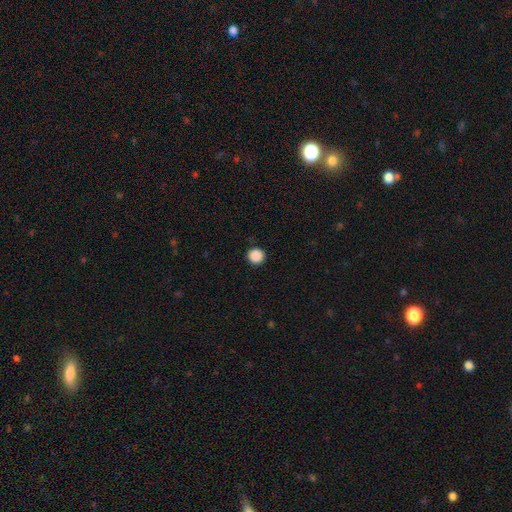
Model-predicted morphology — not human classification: smooth 88%, star or artifact 9%, featured or disk 2%. Down the decision tree: how rounded — round (96%); merging — none (93%).